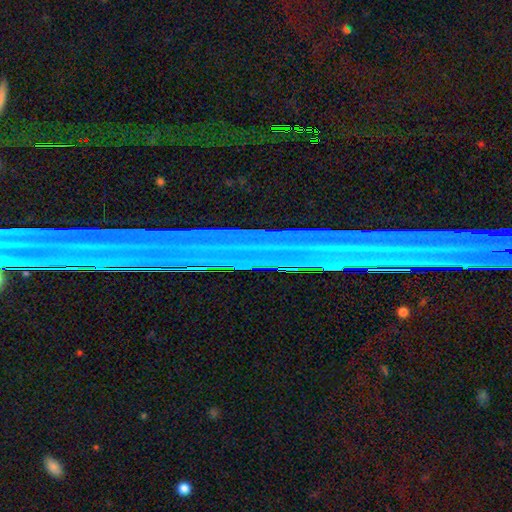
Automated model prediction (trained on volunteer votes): Smooth or featured?
  - star or artifact: 83% *
  - featured or disk: 10%
  - smooth: 8%